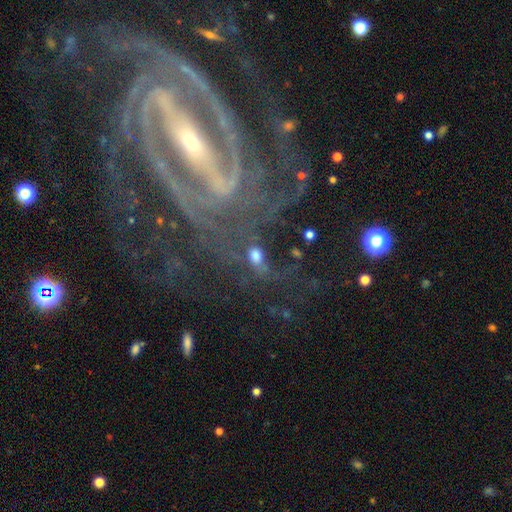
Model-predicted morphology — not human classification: The model was most divided on "smooth or featured": featured or disk: 53%, smooth: 24%, star or artifact: 23%. More confident: edge-on disk — no (93%); merging — none (52%).